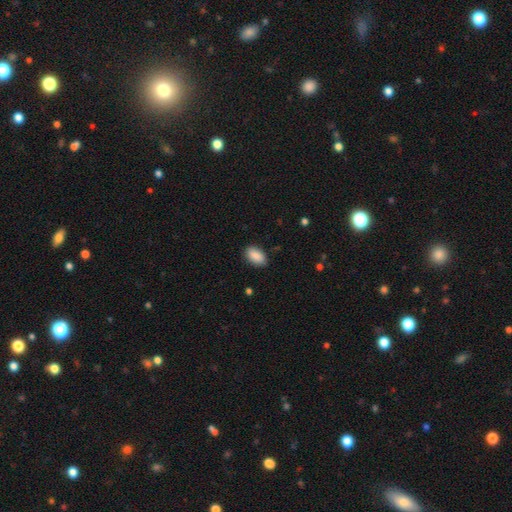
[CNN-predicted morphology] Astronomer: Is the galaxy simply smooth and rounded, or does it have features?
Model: smooth — 89%.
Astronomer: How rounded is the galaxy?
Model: in between — 93%.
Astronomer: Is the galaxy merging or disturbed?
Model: none — 85%.